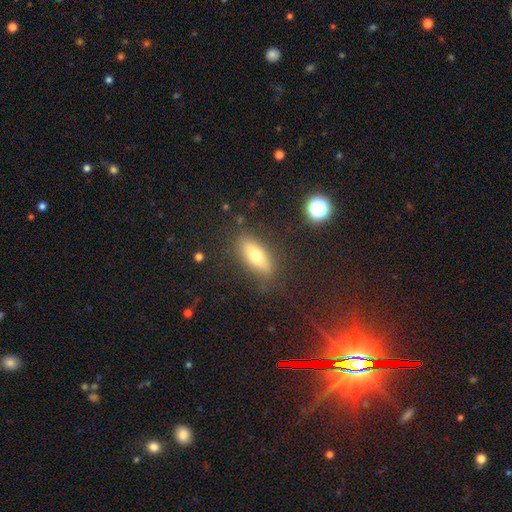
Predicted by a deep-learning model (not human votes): This appears to be a smooth galaxy with no disk features (66%) that is in between round and cigar-shaped (72%). Merging: none (82%).